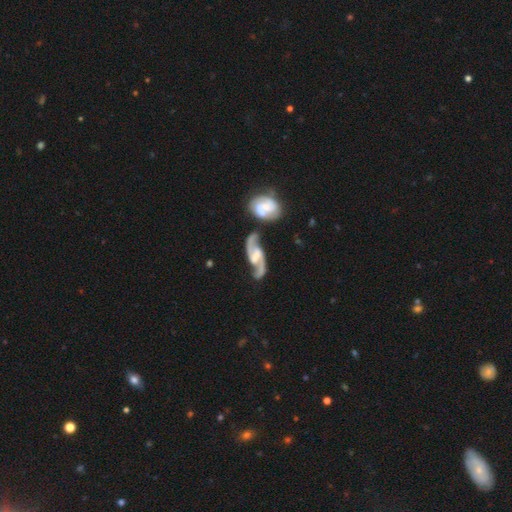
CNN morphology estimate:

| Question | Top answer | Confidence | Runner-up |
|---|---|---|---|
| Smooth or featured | featured or disk | 91% | smooth (5%) |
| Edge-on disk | no | 95% | yes (5%) |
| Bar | weak | 49% | strong (32%) |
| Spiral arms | yes | 97% | no (3%) |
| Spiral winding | loose | 46% | medium (44%) |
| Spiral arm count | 2 | 94% | can't tell (2%) |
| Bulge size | moderate | 30% | small (29%) |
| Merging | none | 63% | merger (16%) |